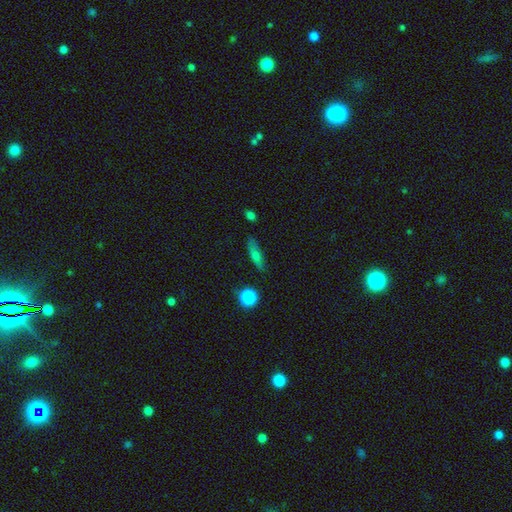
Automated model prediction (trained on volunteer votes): Smooth or featured? Predicted: smooth (p=0.59). How rounded? Predicted: cigar-shaped (p=0.61). Merging? Predicted: none (p=0.81).